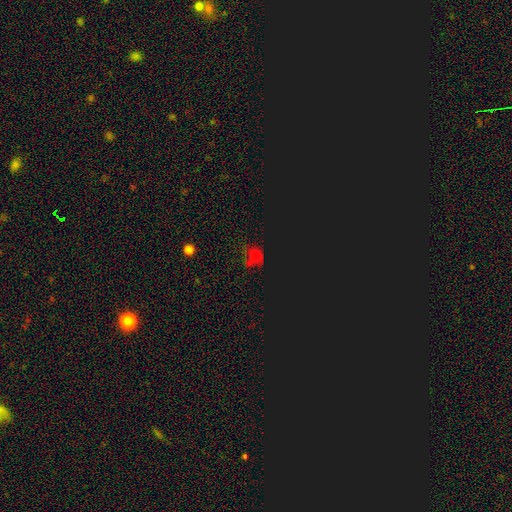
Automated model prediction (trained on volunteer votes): A star or artifact, not a galaxy (46%).

Vote fractions:
- Smooth or featured? star or artifact: 46% / smooth: 39% / featured or disk: 15%